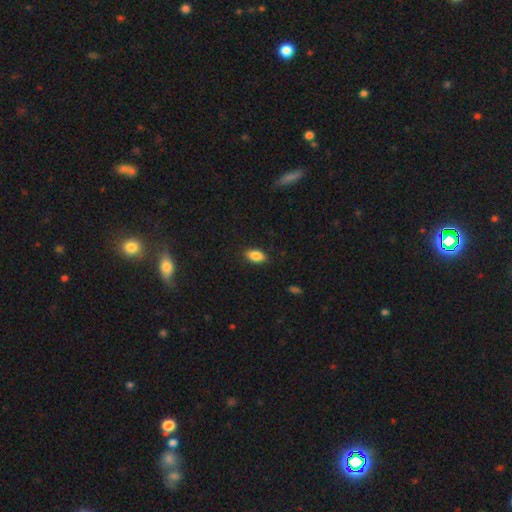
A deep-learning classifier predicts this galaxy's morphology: smooth-or-featured: smooth: 85% | star or artifact: 8% | featured or disk: 7%
  how-rounded: in between: 90% | round: 6% | cigar-shaped: 4%
  merging: none: 86% | minor disturbance: 10% | major disturbance: 2% | merger: 1%